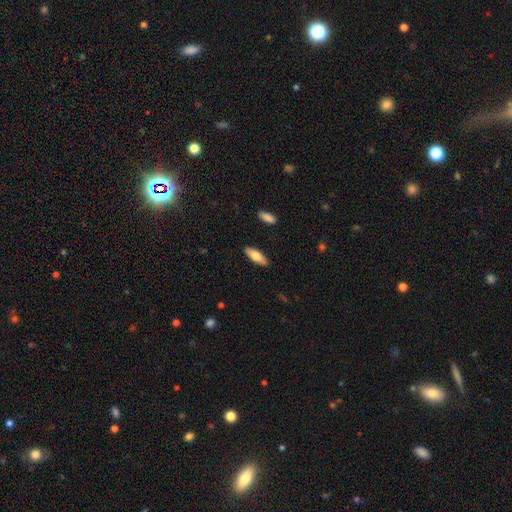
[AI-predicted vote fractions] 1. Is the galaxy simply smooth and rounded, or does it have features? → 70% smooth, 24% featured or disk, 6% star or artifact.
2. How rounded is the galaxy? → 63% in between, 35% cigar-shaped, 2% round.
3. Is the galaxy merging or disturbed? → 87% none, 9% minor disturbance, 2% major disturbance, 1% merger.